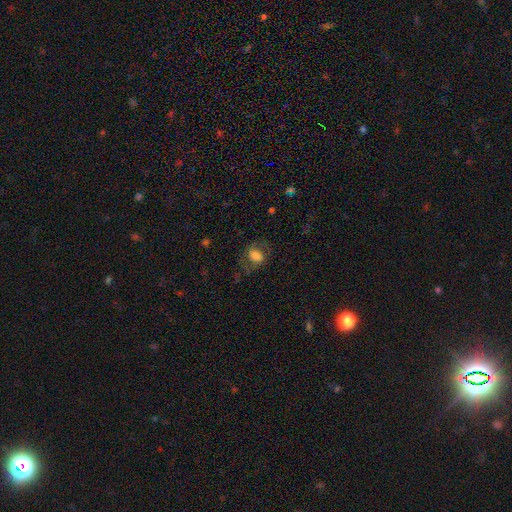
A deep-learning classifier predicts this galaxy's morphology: smooth-or-featured: smooth: 65% | featured or disk: 24% | star or artifact: 11%
  how-rounded: in between: 60% | round: 38% | cigar-shaped: 2%
  merging: none: 59% | minor disturbance: 20% | major disturbance: 19% | merger: 2%